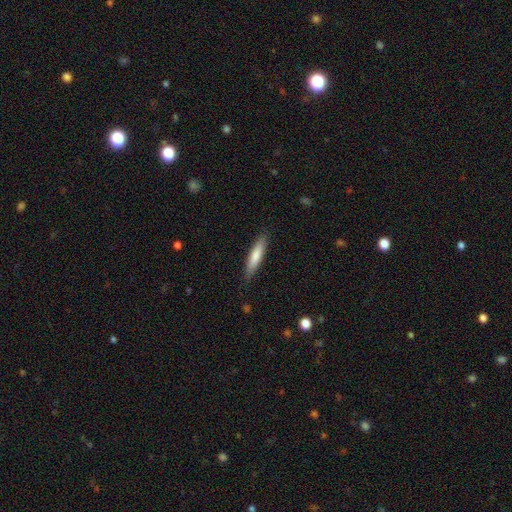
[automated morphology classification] Q: Smooth or featured?
A: smooth (77%); runner-up: featured or disk (17%)
Q: How rounded?
A: cigar-shaped (82%); runner-up: in between (17%)
Q: Merging?
A: none (86%); runner-up: minor disturbance (11%)